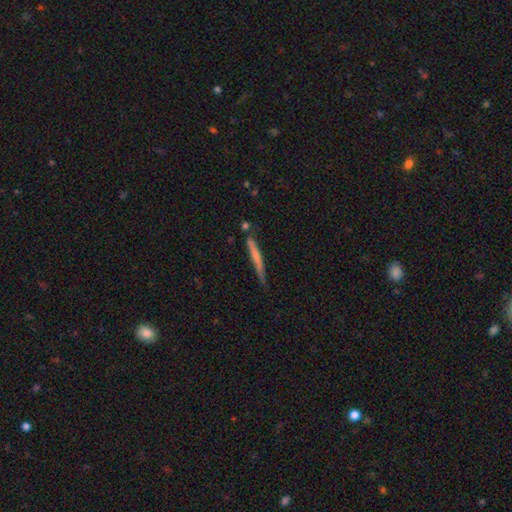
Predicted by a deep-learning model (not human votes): Smooth or featured: smooth — 54% (featured or disk — 39%)
How rounded: cigar-shaped — 95% (in between — 3%)
Merging: none — 68% (minor disturbance — 21%)